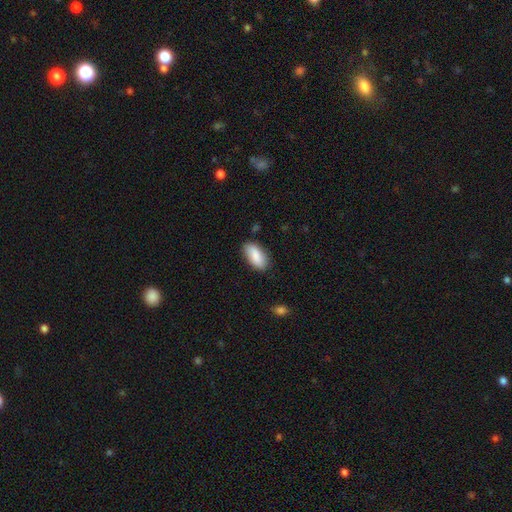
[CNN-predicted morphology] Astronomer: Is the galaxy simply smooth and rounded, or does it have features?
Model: smooth — 87%.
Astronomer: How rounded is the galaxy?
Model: in between — 92%.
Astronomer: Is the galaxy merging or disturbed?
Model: none — 82%.